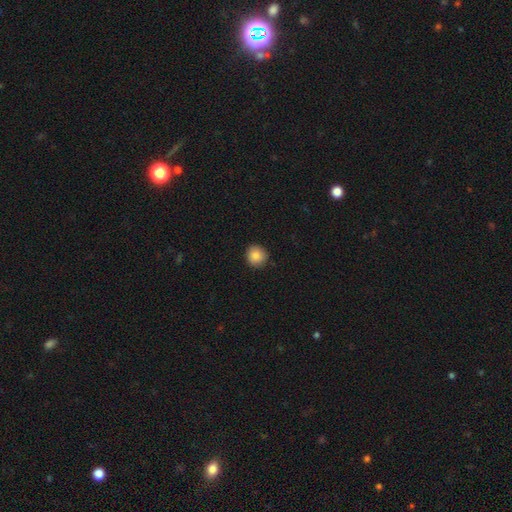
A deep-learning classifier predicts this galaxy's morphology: Overall: smooth (86%). How rounded: round (93%). Merging: none (90%).